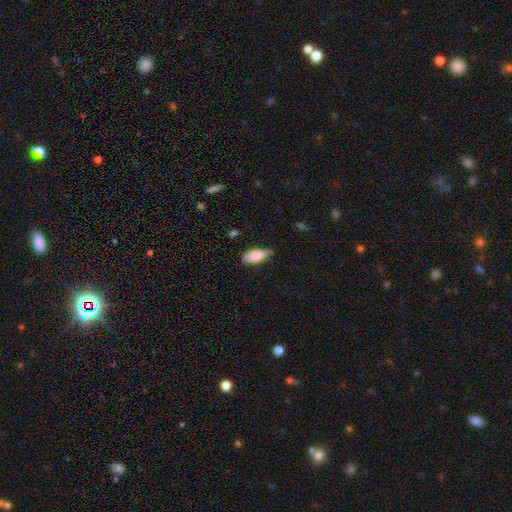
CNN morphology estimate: Smooth or featured?
  - smooth: 84% *
  - featured or disk: 10%
  - star or artifact: 6%
How rounded?
  - in between: 77% *
  - cigar-shaped: 21%
  - round: 2%
Merging?
  - none: 75% *
  - minor disturbance: 21%
  - major disturbance: 3%
  - merger: 1%